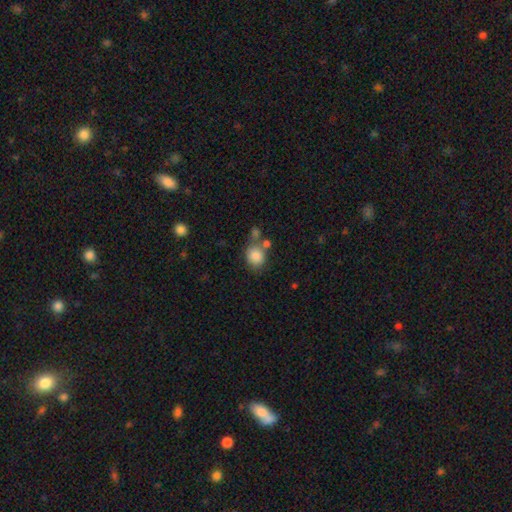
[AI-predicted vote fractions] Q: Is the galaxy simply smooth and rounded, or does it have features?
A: smooth — 84%.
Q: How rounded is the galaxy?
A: round — 66%.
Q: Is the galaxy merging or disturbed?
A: none — 55%.